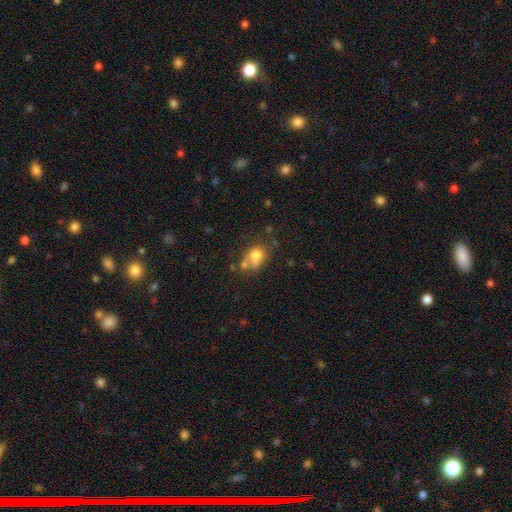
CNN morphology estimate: Smooth or featured?
  - smooth: 73% *
  - featured or disk: 15%
  - star or artifact: 11%
How rounded?
  - in between: 54% *
  - round: 44%
  - cigar-shaped: 1%
Merging?
  - none: 38% *
  - merger: 29%
  - minor disturbance: 21%
  - major disturbance: 12%